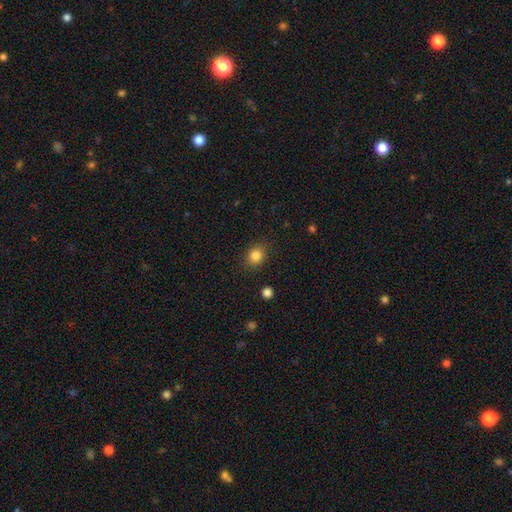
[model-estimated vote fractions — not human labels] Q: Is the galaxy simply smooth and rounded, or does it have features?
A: smooth — 85%.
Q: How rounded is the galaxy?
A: round — 69%.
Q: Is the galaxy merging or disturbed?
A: none — 86%.